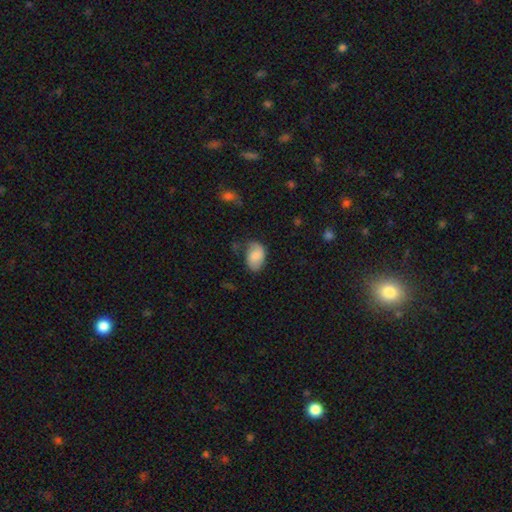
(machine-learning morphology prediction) smooth 74%, featured or disk 19%, star or artifact 7%. Down the decision tree: how rounded — in between (87%); merging — none (57%).